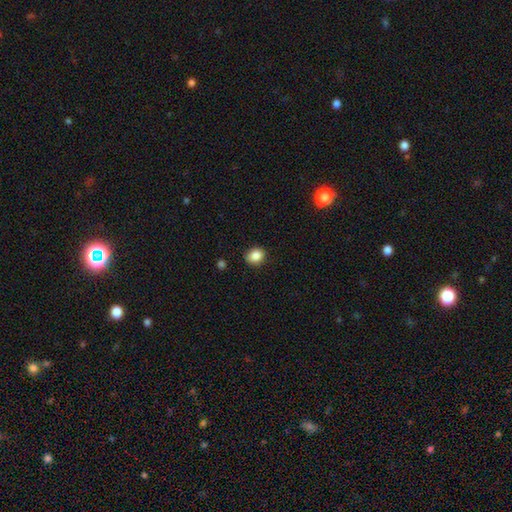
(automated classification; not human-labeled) Smooth or featured? Predicted: smooth (p=0.86). How rounded? Predicted: round (p=0.62). Merging? Predicted: none (p=0.85).